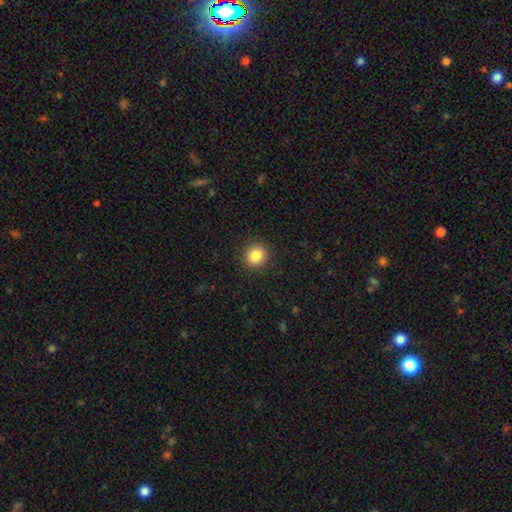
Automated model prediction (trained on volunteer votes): Q: Smooth or featured?
A: smooth (85%); runner-up: star or artifact (10%)
Q: How rounded?
A: round (85%); runner-up: in between (15%)
Q: Merging?
A: none (91%); runner-up: minor disturbance (6%)